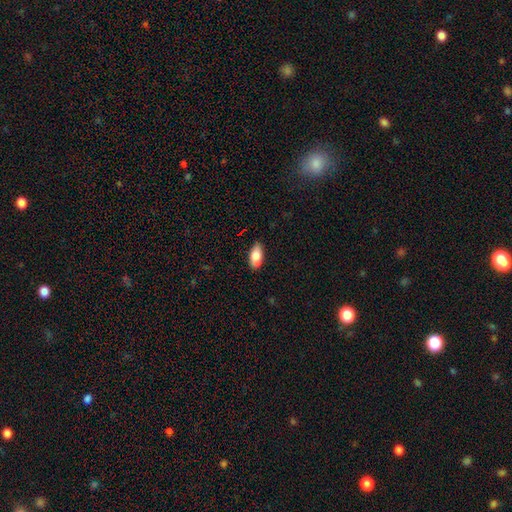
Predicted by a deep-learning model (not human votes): Overall: smooth (82%). How rounded: in between (88%). Merging: none (88%).